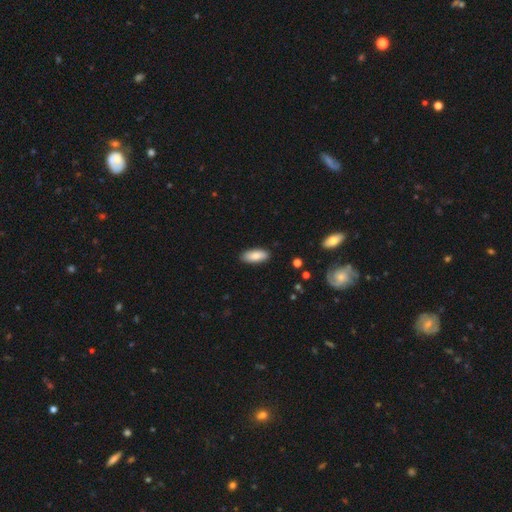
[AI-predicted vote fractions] Smooth or featured? Predicted: smooth (p=0.83). How rounded? Predicted: in between (p=0.83). Merging? Predicted: none (p=0.88).